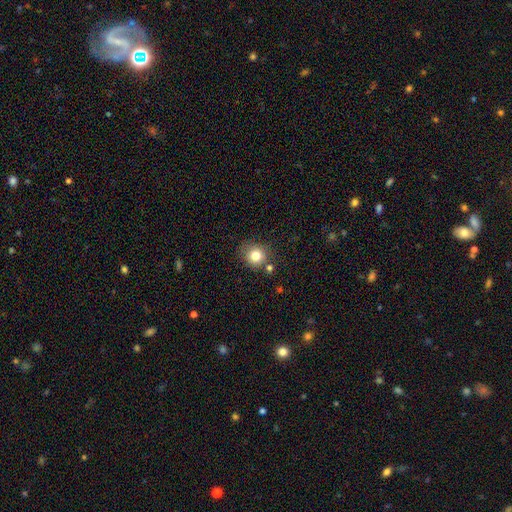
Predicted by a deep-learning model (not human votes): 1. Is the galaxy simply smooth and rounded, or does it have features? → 80% smooth, 12% star or artifact, 9% featured or disk.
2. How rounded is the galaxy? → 82% round, 17% in between, 1% cigar-shaped.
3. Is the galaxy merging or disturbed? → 75% none, 13% minor disturbance, 8% merger, 4% major disturbance.